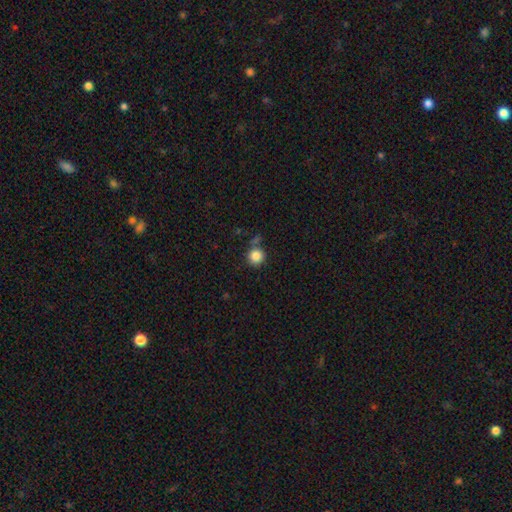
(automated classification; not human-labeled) Morphology: type=smooth (85%); roundness=round (94%); merging=none (74%).